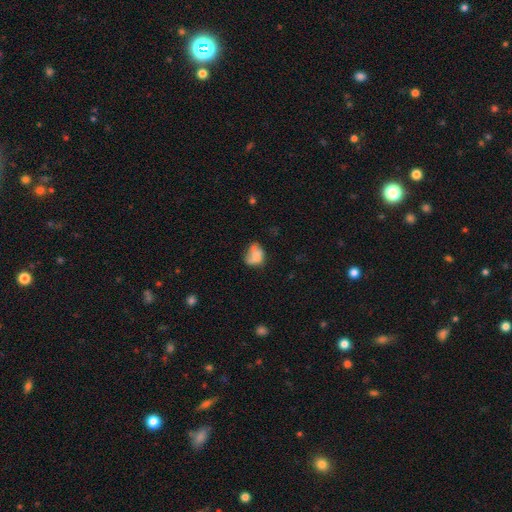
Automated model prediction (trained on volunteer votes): Smooth or featured? Predicted: smooth (p=0.61). How rounded? Predicted: in between (p=0.66). Merging? Predicted: none (p=0.34).